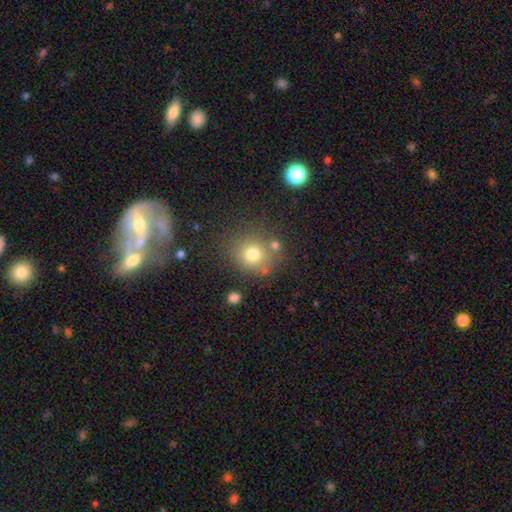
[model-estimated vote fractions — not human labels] Overall: smooth (66%). How rounded: round (85%). Merging: none (68%).